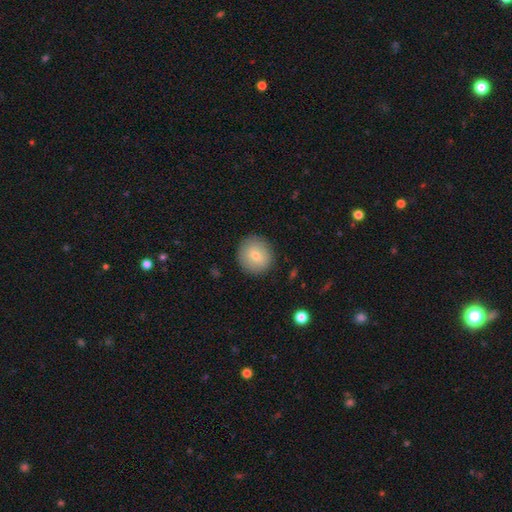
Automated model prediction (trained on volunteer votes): smooth_or_featured: smooth (p=0.75) [alt: featured or disk p=0.16]
how_rounded: round (p=0.90) [alt: in between p=0.09]
merging: none (p=0.88) [alt: minor disturbance p=0.08]